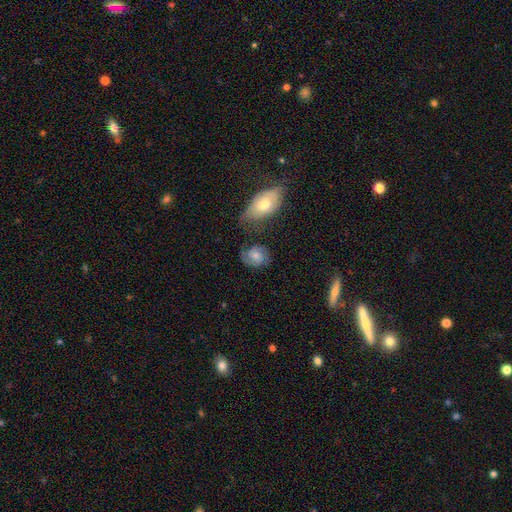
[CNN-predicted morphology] This appears to be a featured or disk galaxy (59%) with no bar (62%), 2 (82%) medium (44%) spiral arms (90%) and a moderate central bulge (48%). Merging: none (63%).